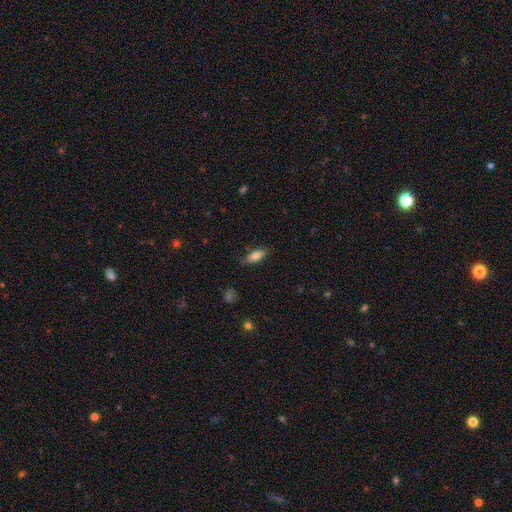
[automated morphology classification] This is likely a smooth galaxy (77%). How rounded: likely in between (79%). Merging: likely none (79%).